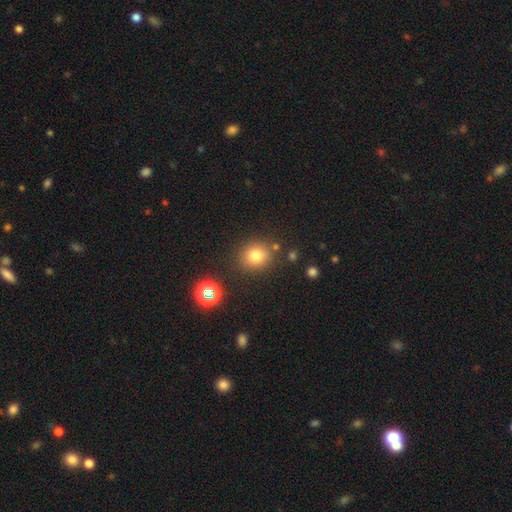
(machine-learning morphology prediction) A smooth galaxy with no disk features (78%) that is round (78%). Merging: none (82%).